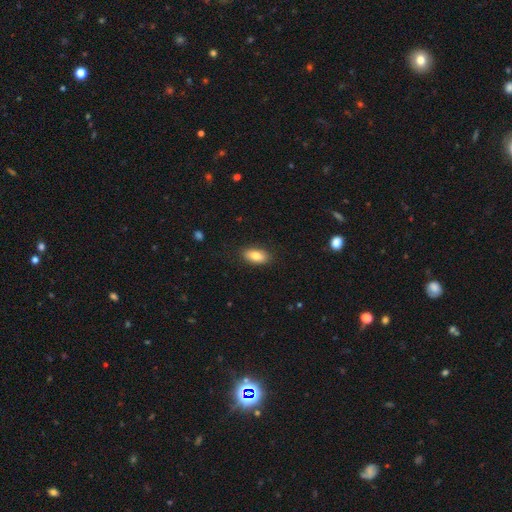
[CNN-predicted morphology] Smooth or featured?
  - smooth: 82% *
  - featured or disk: 10%
  - star or artifact: 7%
How rounded?
  - in between: 89% *
  - cigar-shaped: 7%
  - round: 4%
Merging?
  - none: 88% *
  - minor disturbance: 9%
  - major disturbance: 2%
  - merger: 1%